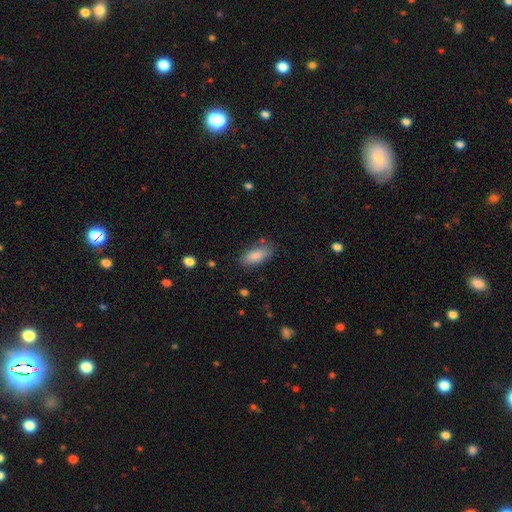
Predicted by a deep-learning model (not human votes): Smooth or featured?
  - smooth: 85% *
  - featured or disk: 8%
  - star or artifact: 7%
How rounded?
  - in between: 82% *
  - cigar-shaped: 16%
  - round: 2%
Merging?
  - none: 76% *
  - minor disturbance: 16%
  - major disturbance: 4%
  - merger: 3%